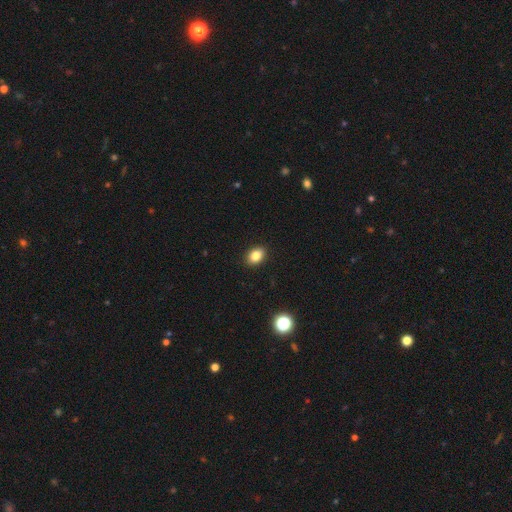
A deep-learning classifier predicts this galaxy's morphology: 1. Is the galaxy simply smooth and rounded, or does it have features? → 84% smooth, 10% star or artifact, 6% featured or disk.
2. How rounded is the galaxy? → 74% in between, 25% round, 1% cigar-shaped.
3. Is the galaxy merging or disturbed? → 91% none, 7% minor disturbance, 2% major disturbance, 1% merger.